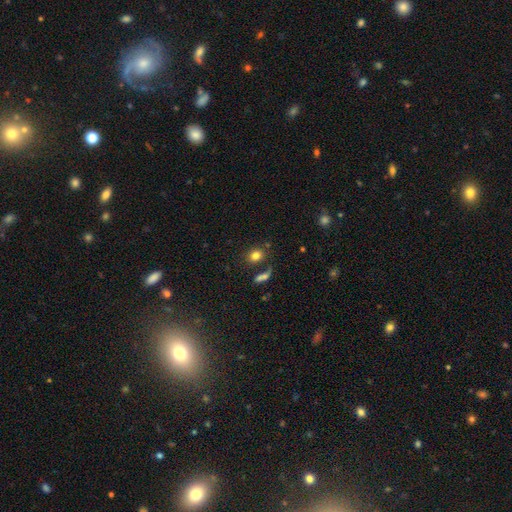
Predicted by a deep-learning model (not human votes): Q: Smooth or featured?
A: smooth (80%); runner-up: star or artifact (11%)
Q: How rounded?
A: round (52%); runner-up: in between (46%)
Q: Merging?
A: none (69%); runner-up: merger (14%)